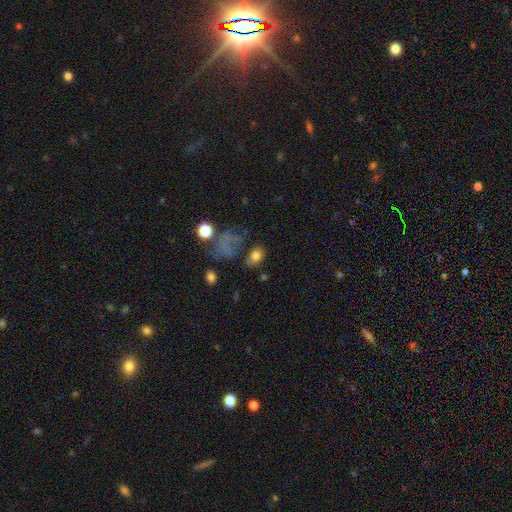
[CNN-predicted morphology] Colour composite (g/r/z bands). It shows a smooth galaxy with no disk features (76%) that is in between round and cigar-shaped (69%). Merging: none (57%).